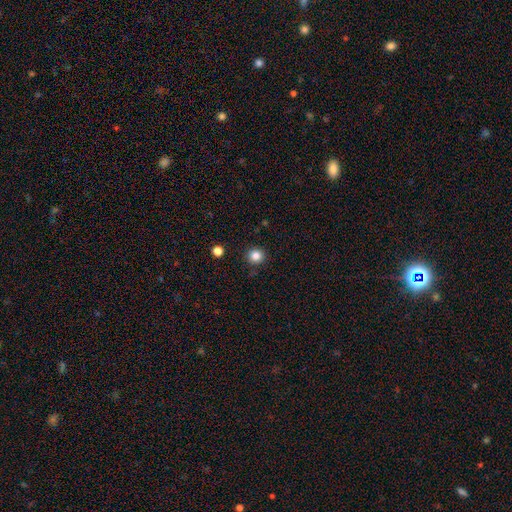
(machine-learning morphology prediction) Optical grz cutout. It shows a smooth galaxy with no disk features (84%) that is round (94%). Merging: none (90%).